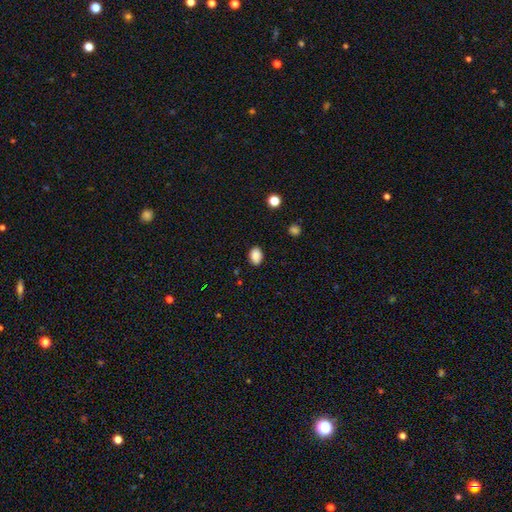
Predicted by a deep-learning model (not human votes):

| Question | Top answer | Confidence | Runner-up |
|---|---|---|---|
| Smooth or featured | smooth | 88% | star or artifact (9%) |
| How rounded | in between | 74% | round (25%) |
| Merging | none | 86% | minor disturbance (11%) |